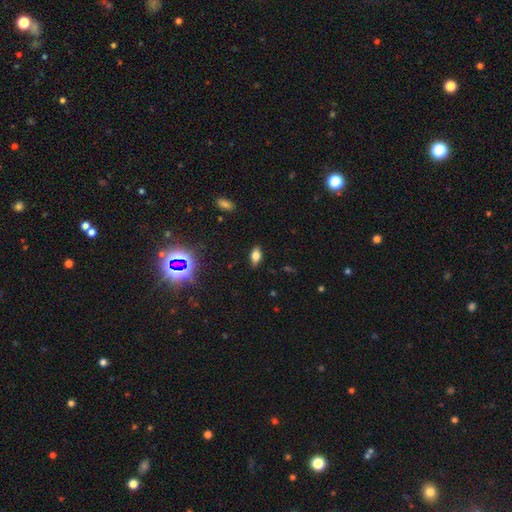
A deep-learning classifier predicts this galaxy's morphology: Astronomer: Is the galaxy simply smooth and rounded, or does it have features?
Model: smooth — 69%.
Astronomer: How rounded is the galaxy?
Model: in between — 86%.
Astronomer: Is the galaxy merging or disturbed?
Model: none — 86%.